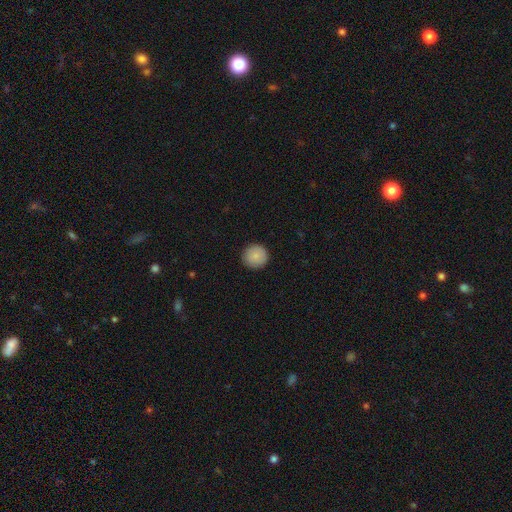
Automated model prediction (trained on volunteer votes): smooth-or-featured: smooth: 87% | star or artifact: 7% | featured or disk: 5%
  how-rounded: round: 96% | in between: 3% | cigar-shaped: 1%
  merging: none: 92% | minor disturbance: 6% | major disturbance: 2% | merger: 1%